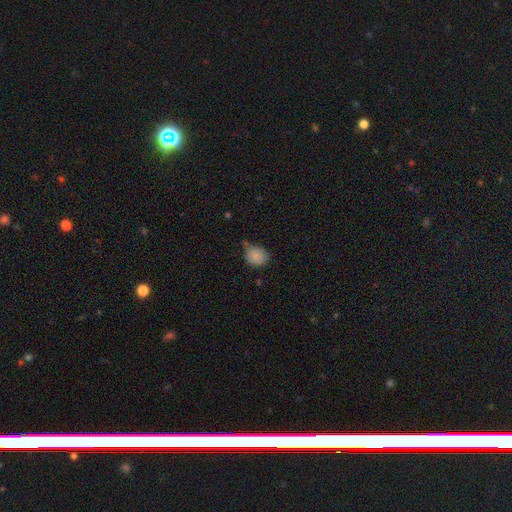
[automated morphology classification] Smooth or featured? Predicted: smooth (p=0.85). How rounded? Predicted: round (p=0.70). Merging? Predicted: none (p=0.56).